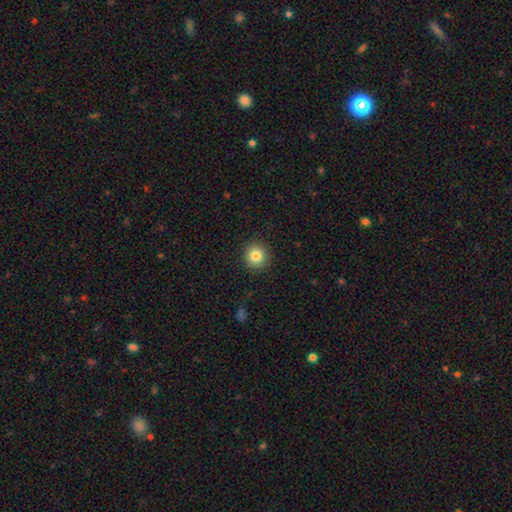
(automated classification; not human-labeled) Smooth or featured? smooth (83%)
How rounded? round (92%)
Merging? none (91%)